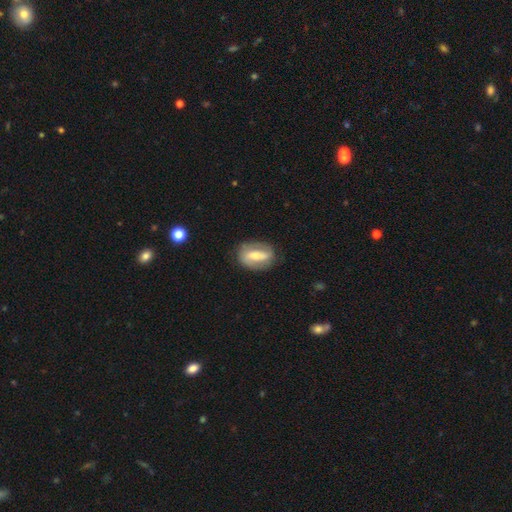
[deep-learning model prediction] Smooth or featured? featured or disk (63%)
Edge-on disk? no (92%)
Bar? strong (59%)
Spiral arms? yes (67%)
Bulge size? moderate (51%)
Merging? none (79%)